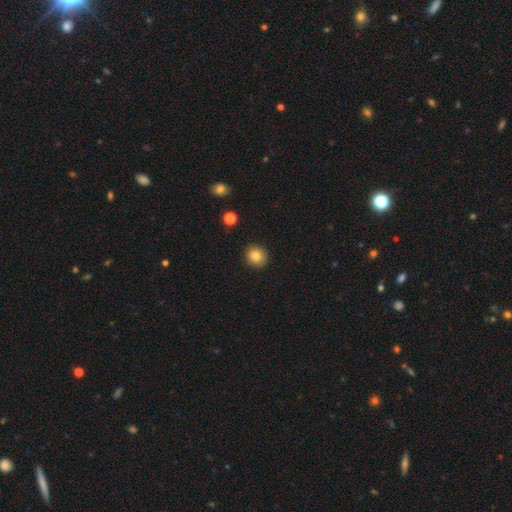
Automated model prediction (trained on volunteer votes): Morphology: type=smooth (84%); roundness=round (88%); merging=none (91%).